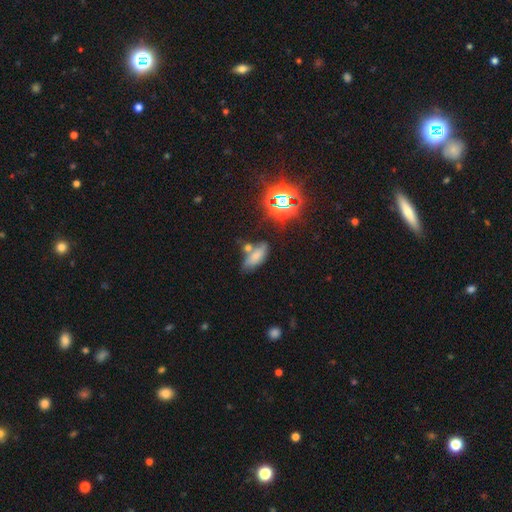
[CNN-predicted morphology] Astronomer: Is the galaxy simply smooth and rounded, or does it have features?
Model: smooth — 63%.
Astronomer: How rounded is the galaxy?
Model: in between — 79%.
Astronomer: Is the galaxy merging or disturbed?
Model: none — 49% (runner-up: merger, 24%).